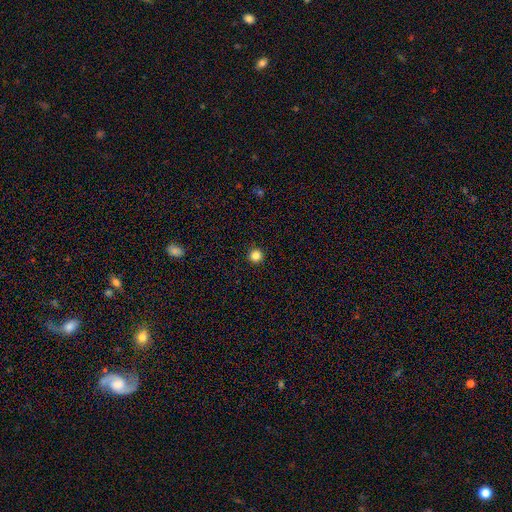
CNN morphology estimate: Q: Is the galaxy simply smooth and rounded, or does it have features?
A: smooth — 85%.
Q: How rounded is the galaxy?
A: round — 96%.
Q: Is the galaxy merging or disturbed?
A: none — 93%.